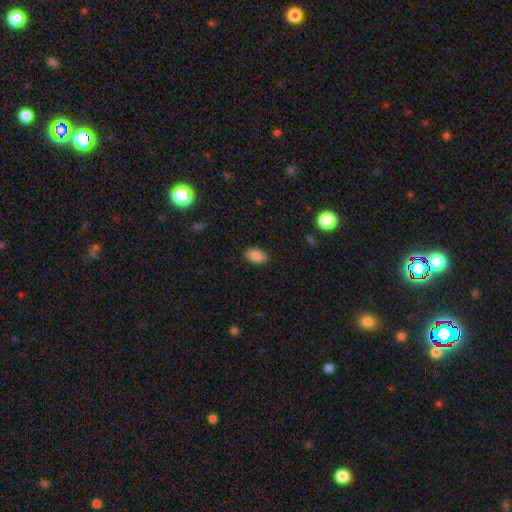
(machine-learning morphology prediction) This appears to be a smooth galaxy with no disk features (87%) that is in between round and cigar-shaped (92%). Merging: none (86%).